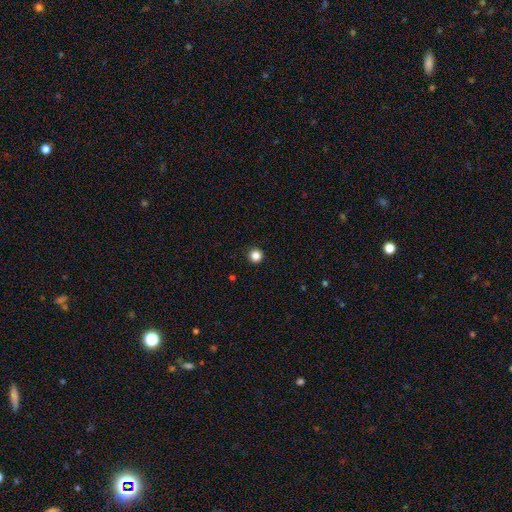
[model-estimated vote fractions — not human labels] smooth 85%, star or artifact 12%, featured or disk 3%. Down the decision tree: how rounded — round (97%); merging — none (94%).